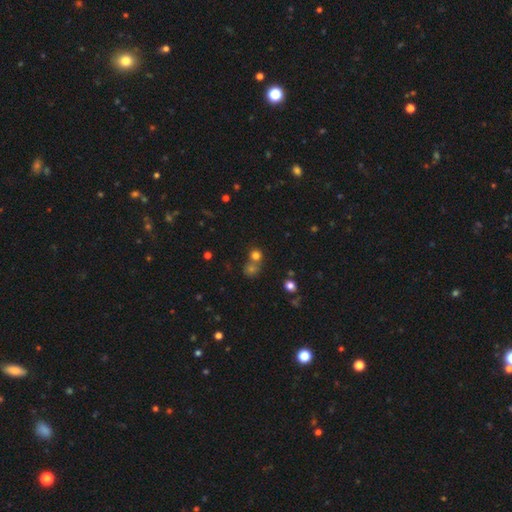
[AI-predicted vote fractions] Smooth or featured?
  - smooth: 73% *
  - star or artifact: 20%
  - featured or disk: 8%
How rounded?
  - round: 88% *
  - in between: 11%
  - cigar-shaped: 1%
Merging?
  - none: 54% *
  - merger: 36%
  - minor disturbance: 7%
  - major disturbance: 3%